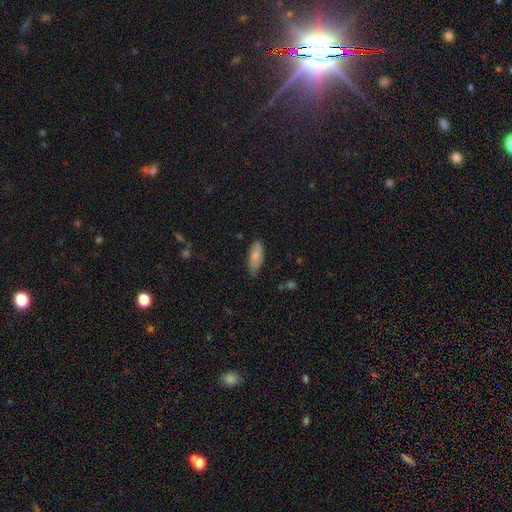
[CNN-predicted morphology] This appears to be a smooth galaxy with no disk features (77%) that is in between round and cigar-shaped (75%). Merging: none (69%).